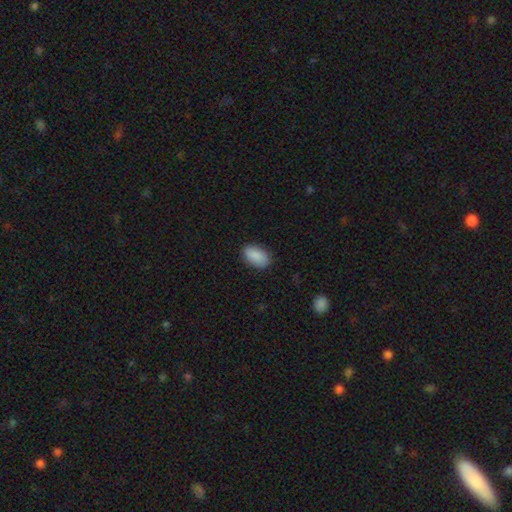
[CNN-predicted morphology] type=smooth (90%); roundness=in between (93%); merging=none (86%).